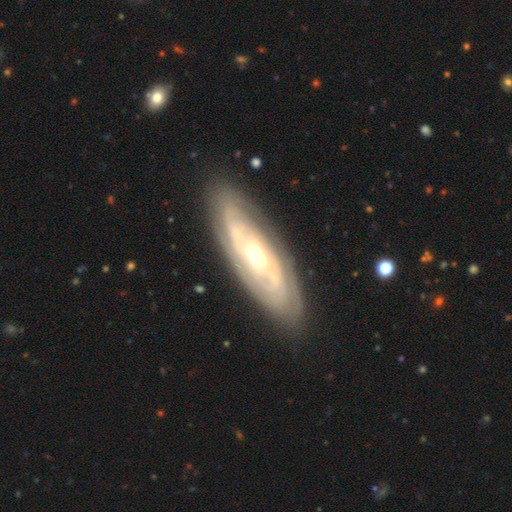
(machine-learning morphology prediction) smooth-or-featured: featured or disk: 80% | smooth: 14% | star or artifact: 6%
  disk-edge-on: no: 81% | yes: 19%
    bar: no: 66% | weak: 25% | strong: 9%
    has-spiral-arms: yes: 85% | no: 15%
      spiral-winding: tight: 66% | medium: 26% | loose: 8%
      spiral-arm-count: can't tell: 48% | 2: 28% | 3: 10% | 4: 6% | more than 4: 4% | 1: 4%
    bulge-size: moderate: 57% | small: 38% | large: 3% | none: 1% | dominant: 1%
  merging: none: 85% | minor disturbance: 11% | major disturbance: 3% | merger: 1%